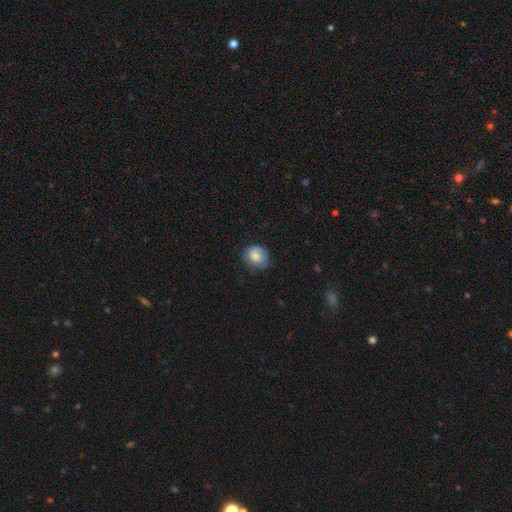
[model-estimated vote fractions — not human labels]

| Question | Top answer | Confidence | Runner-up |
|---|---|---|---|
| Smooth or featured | smooth | 75% | featured or disk (17%) |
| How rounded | round | 76% | in between (23%) |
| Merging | none | 66% | minor disturbance (26%) |